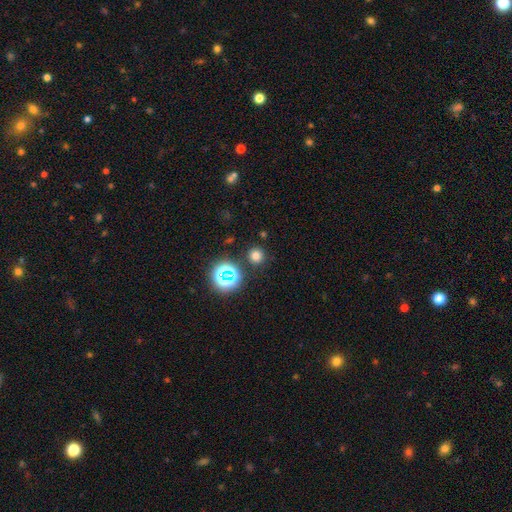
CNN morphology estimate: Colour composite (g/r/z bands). It shows a smooth galaxy with no disk features (71%) that is round (93%). Merging: none (88%).